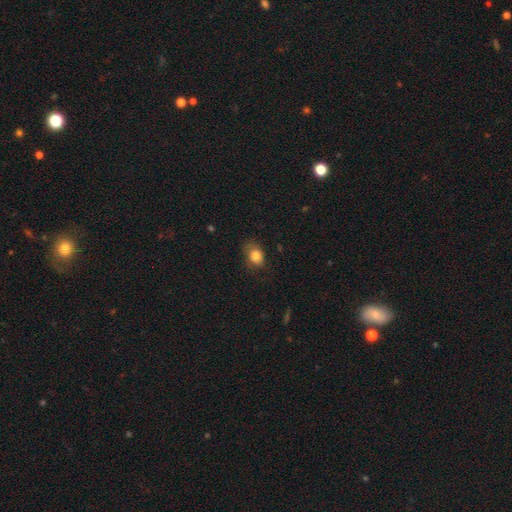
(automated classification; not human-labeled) Q: Smooth or featured?
A: smooth (81%); runner-up: featured or disk (10%)
Q: How rounded?
A: in between (69%); runner-up: round (30%)
Q: Merging?
A: none (62%); runner-up: minor disturbance (27%)